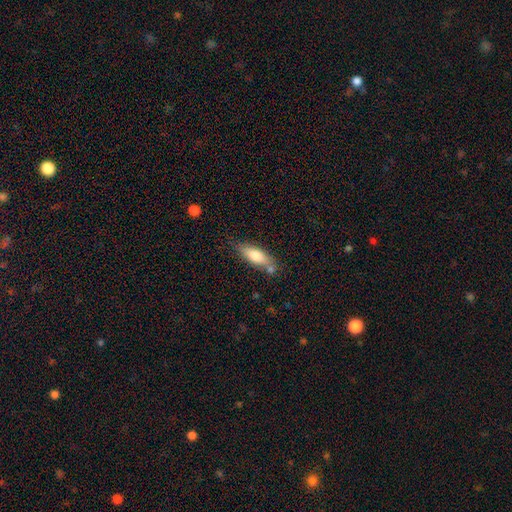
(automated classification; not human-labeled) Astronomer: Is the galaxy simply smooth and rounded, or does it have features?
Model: smooth — 74%.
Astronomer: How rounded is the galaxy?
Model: in between — 60% (runner-up: cigar-shaped, 37%).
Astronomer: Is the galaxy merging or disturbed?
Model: none — 66%.